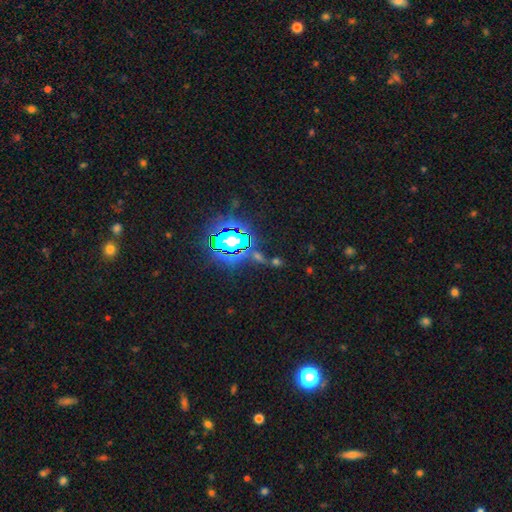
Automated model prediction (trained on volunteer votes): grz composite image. It shows a star or artifact, not a galaxy (72%).